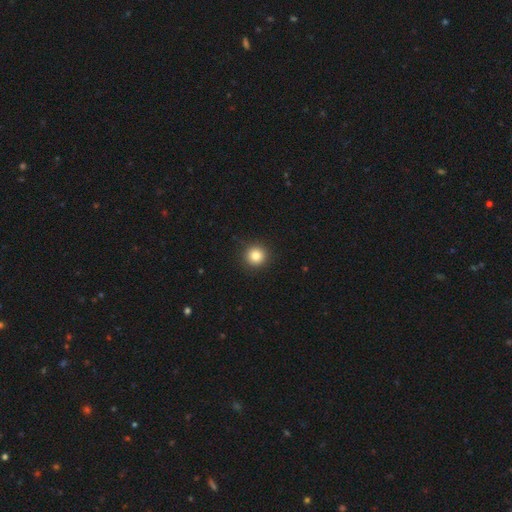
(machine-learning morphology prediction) Overall: smooth (83%). How rounded: round (95%). Merging: none (92%).